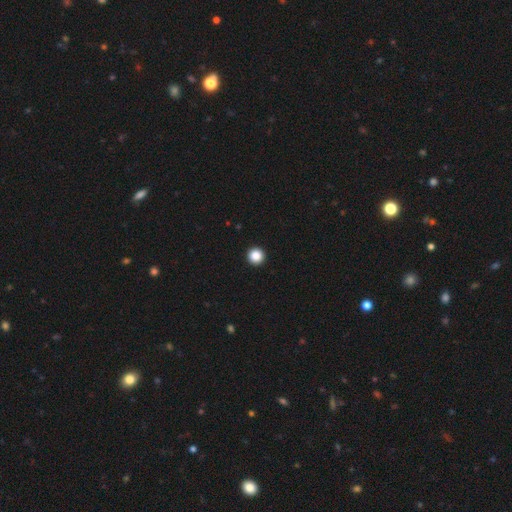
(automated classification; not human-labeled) This appears to be a smooth galaxy with no disk features (87%) that is round (97%). Merging: none (94%).